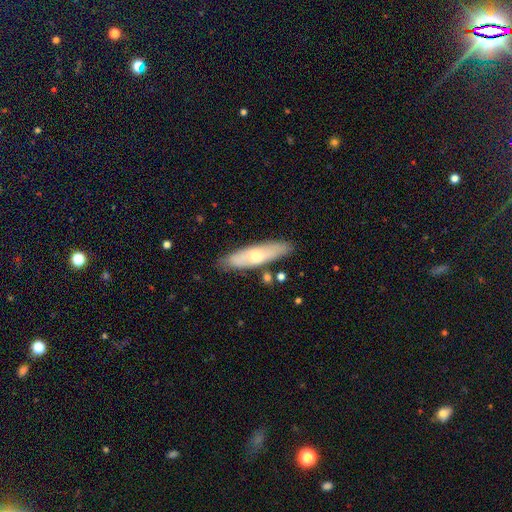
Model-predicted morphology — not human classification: Overall: smooth (52%; featured or disk 41%). How rounded: cigar-shaped (66%; in between 33%). Merging: none (80%).